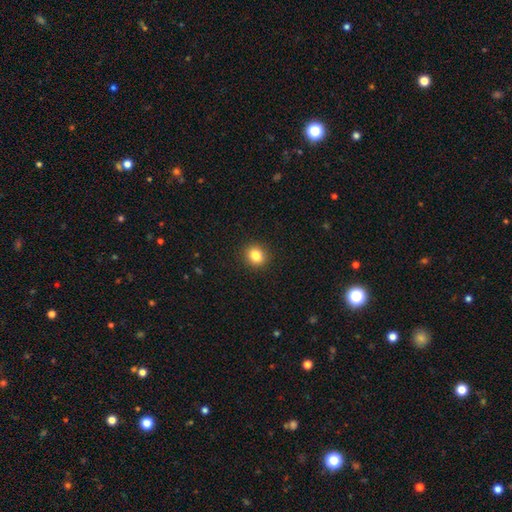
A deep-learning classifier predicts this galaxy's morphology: Overall: smooth (84%). How rounded: round (80%). Merging: none (92%).